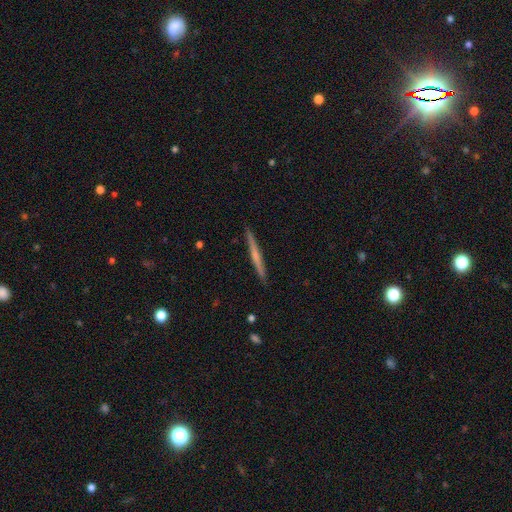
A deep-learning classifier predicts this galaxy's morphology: Overall: featured or disk (52%; smooth 42%). Edge-on disk: yes (98%). Edge-on bulge: none (66%; rounded 27%). Merging: none (91%).